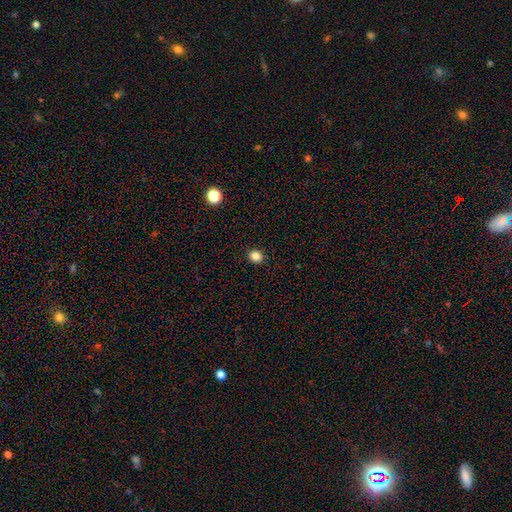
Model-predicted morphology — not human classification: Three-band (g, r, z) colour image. It shows a smooth galaxy with no disk features (84%) that is round (77%). Merging: none (92%).